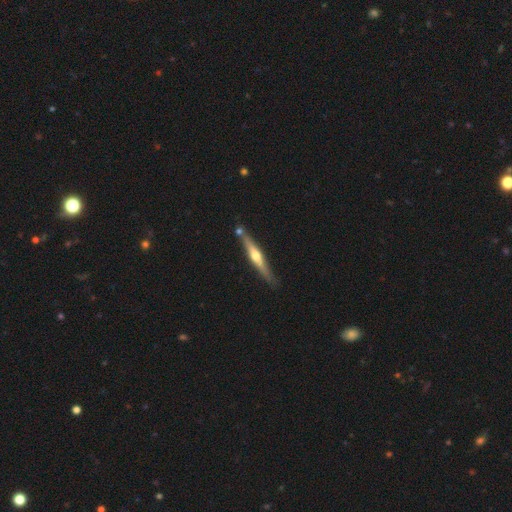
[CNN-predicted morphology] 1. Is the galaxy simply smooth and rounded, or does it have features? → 66% featured or disk, 29% smooth, 5% star or artifact.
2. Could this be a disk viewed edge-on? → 96% yes, 4% no.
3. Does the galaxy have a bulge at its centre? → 89% rounded, 7% none, 4% boxy.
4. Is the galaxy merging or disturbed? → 79% none, 11% minor disturbance, 8% merger, 2% major disturbance.